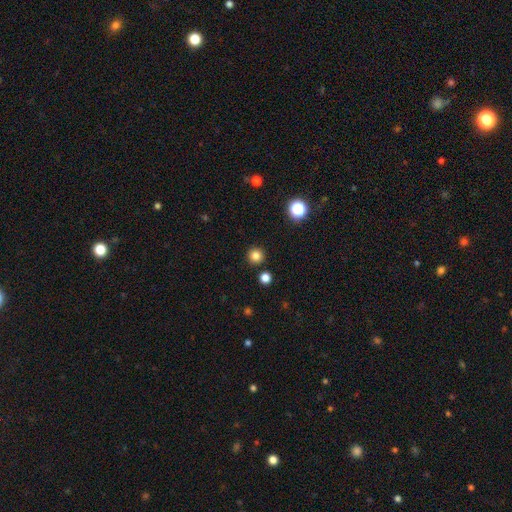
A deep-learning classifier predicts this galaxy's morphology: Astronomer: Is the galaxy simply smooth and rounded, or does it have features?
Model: smooth — 82%.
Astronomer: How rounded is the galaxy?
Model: round — 96%.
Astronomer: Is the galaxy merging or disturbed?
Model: none — 91%.